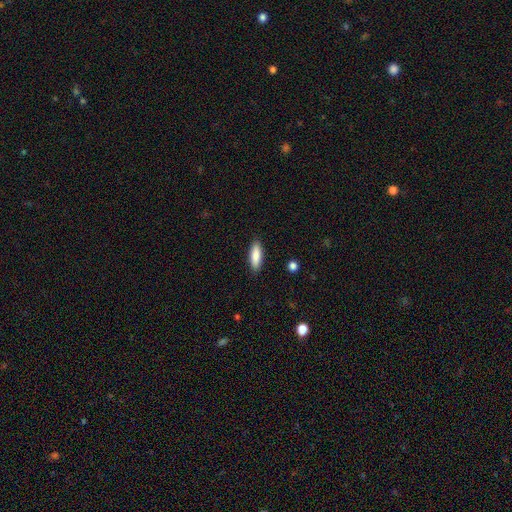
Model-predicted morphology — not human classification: Overall: smooth (85%). How rounded: in between (55%; cigar-shaped 43%). Merging: none (89%).